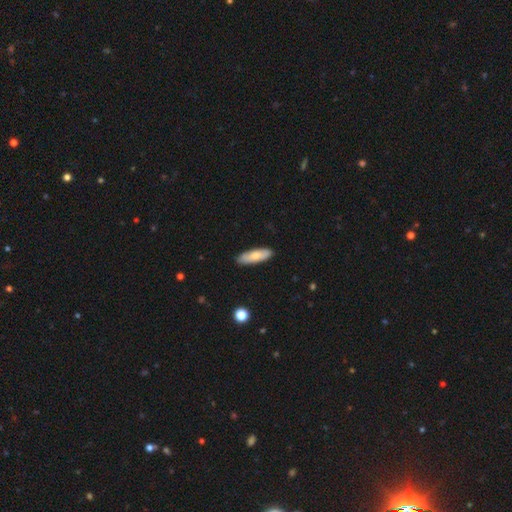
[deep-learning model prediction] smooth_or_featured: smooth (p=0.74) [alt: featured or disk p=0.21]
how_rounded: in between (p=0.49) [tied with: cigar-shaped p=0.49]
merging: none (p=0.88) [alt: minor disturbance p=0.09]